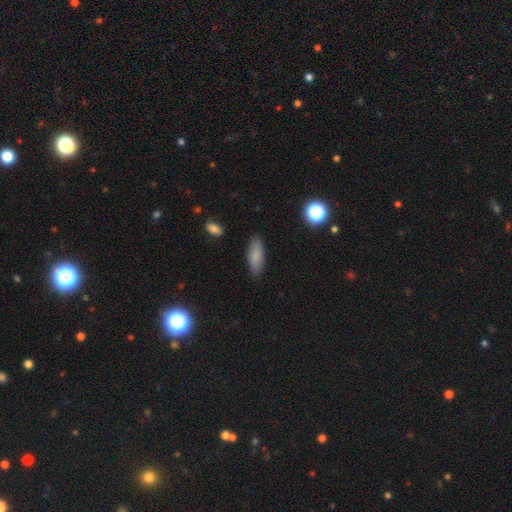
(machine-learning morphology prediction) Smooth or featured?
  - smooth: 84% *
  - featured or disk: 8%
  - star or artifact: 7%
How rounded?
  - in between: 69% *
  - cigar-shaped: 29%
  - round: 2%
Merging?
  - none: 86% *
  - minor disturbance: 10%
  - major disturbance: 2%
  - merger: 1%